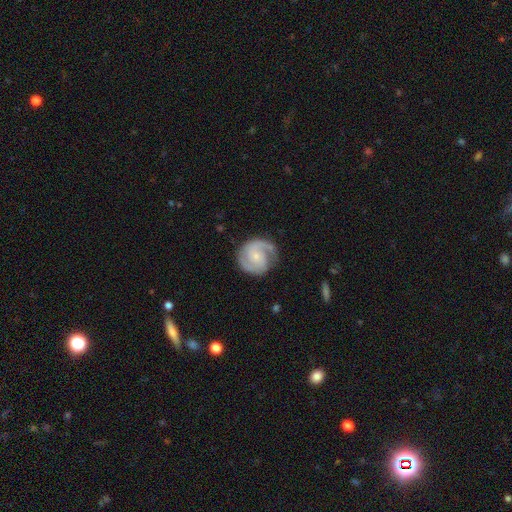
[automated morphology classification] The model was most divided on "spiral winding": tight: 44%, medium: 43%, loose: 13%. More confident: edge-on disk — no (98%); spiral arms — yes (96%); smooth or featured — featured or disk (82%); spiral arm count — 2 (77%); merging — none (73%); bulge size — small (68%); bar — no (64%).